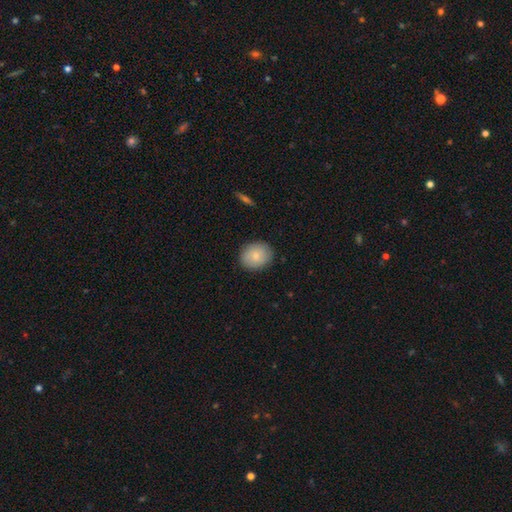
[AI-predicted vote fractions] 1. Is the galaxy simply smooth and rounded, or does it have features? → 80% smooth, 13% featured or disk, 7% star or artifact.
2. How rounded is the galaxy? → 59% round, 40% in between, 1% cigar-shaped.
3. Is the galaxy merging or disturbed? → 87% none, 10% minor disturbance, 2% major disturbance, 1% merger.